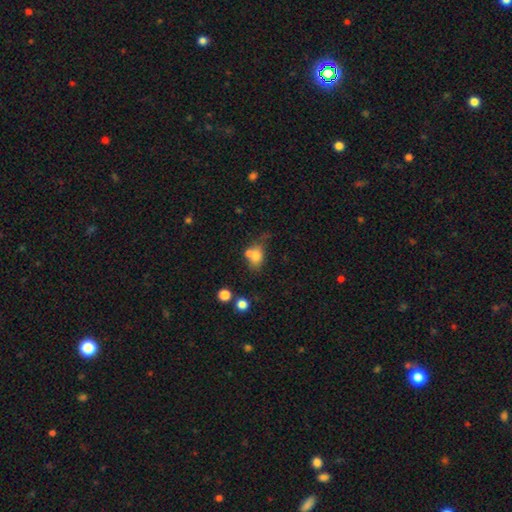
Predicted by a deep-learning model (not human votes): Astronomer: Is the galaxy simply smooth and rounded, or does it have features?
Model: smooth — 73%.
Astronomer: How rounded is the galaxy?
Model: in between — 61% (runner-up: round, 37%).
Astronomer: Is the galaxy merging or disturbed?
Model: merger — 40% (runner-up: none, 34%).